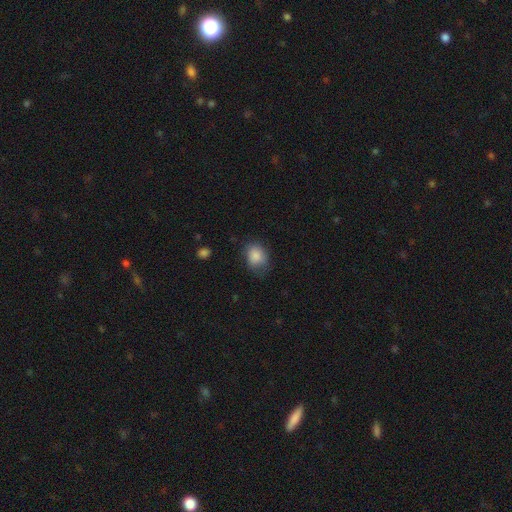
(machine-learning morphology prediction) type=smooth (85%); roundness=in between (54%); merging=none (62%).